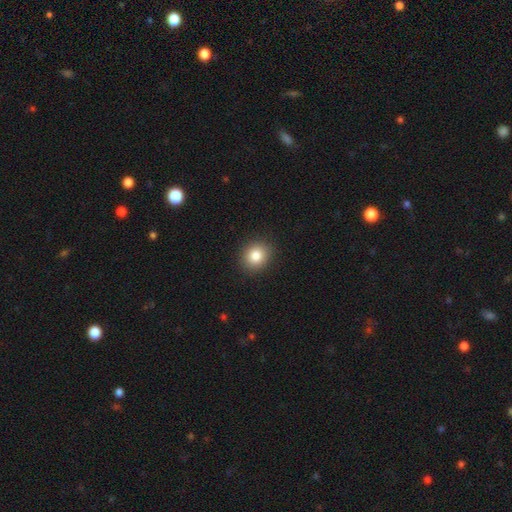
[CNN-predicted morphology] Overall: smooth (84%). How rounded: round (67%; in between 32%). Merging: none (90%).